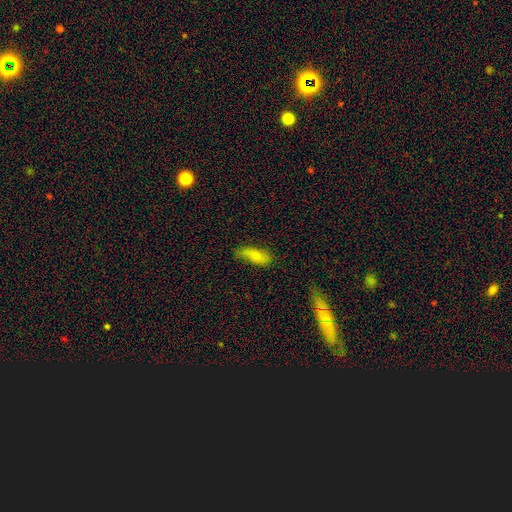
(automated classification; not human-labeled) Smooth or featured: smooth — 76% (featured or disk — 17%)
How rounded: in between — 74% (cigar-shaped — 23%)
Merging: none — 55% (minor disturbance — 31%)